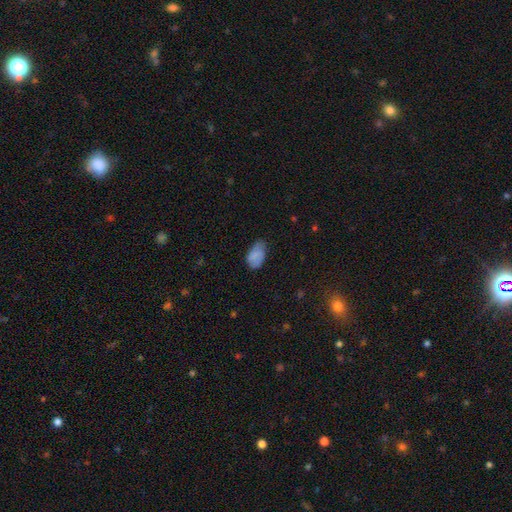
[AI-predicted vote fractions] Smooth or featured: smooth — 77% (featured or disk — 15%)
How rounded: in between — 92% (round — 7%)
Merging: none — 50% (minor disturbance — 39%)